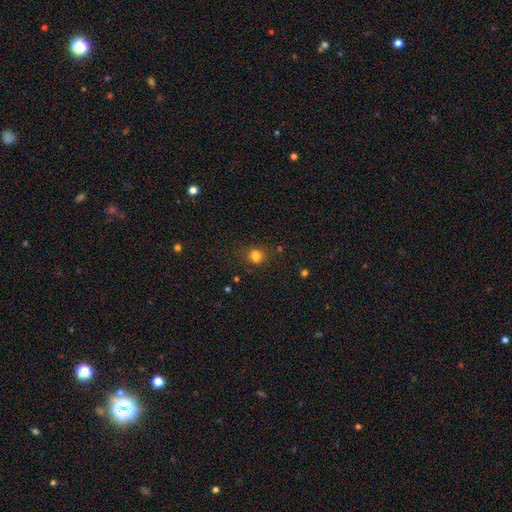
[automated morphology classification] A smooth galaxy with no disk features (79%) that is round (74%). Merging: none (70%).